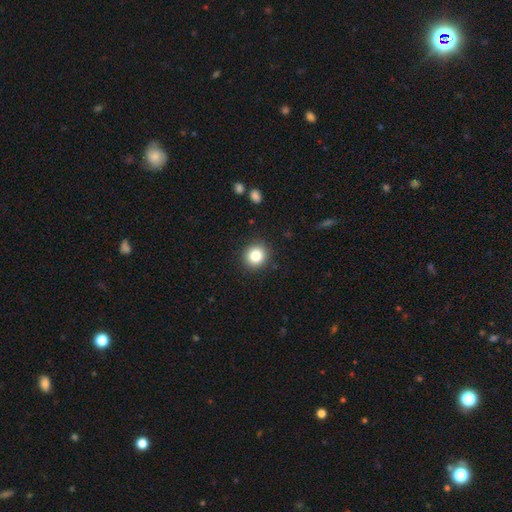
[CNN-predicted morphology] Smooth or featured? Predicted: smooth (p=0.83). How rounded? Predicted: round (p=0.88). Merging? Predicted: none (p=0.91).